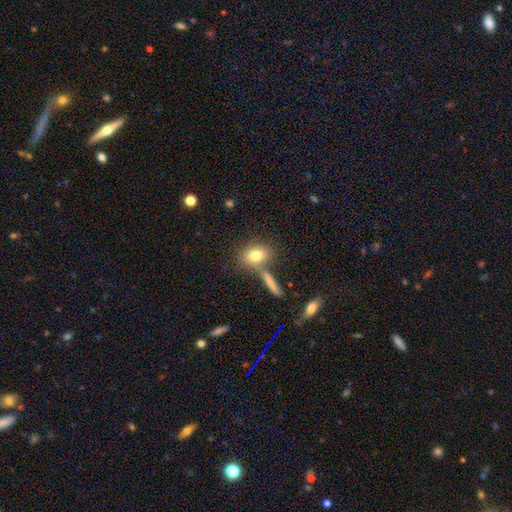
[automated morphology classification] A smooth galaxy with no disk features (78%) that is in between round and cigar-shaped (57%).

Vote fractions:
- Smooth or featured? smooth: 78% / featured or disk: 13% / star or artifact: 9%
- How rounded? in between: 57% / round: 38% / cigar-shaped: 5%
- Merging? none: 63% / merger: 21% / minor disturbance: 12% / major disturbance: 5%